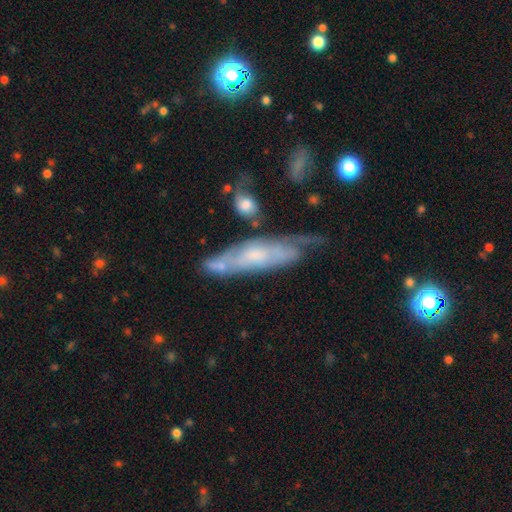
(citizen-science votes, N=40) This appears to be a featured or disk galaxy (60%) with a weak bar (60%), 2 (38%, tied with can't tell) tight (46%, tied with medium) spiral arms (87%) and a moderate central bulge (73%). Merging: none (49%).